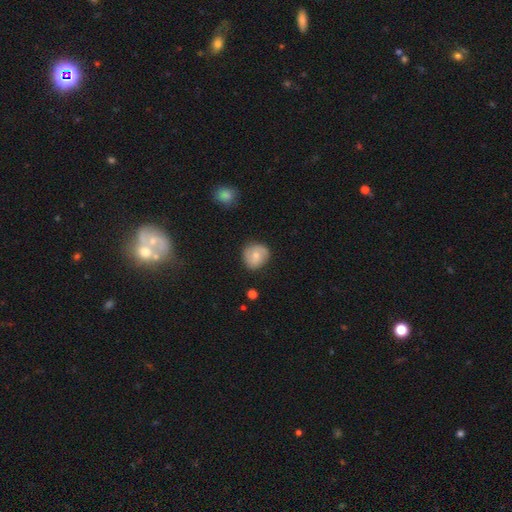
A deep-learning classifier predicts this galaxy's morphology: This is likely a smooth galaxy (64%). How rounded: clearly round (82%). Merging: likely none (78%).